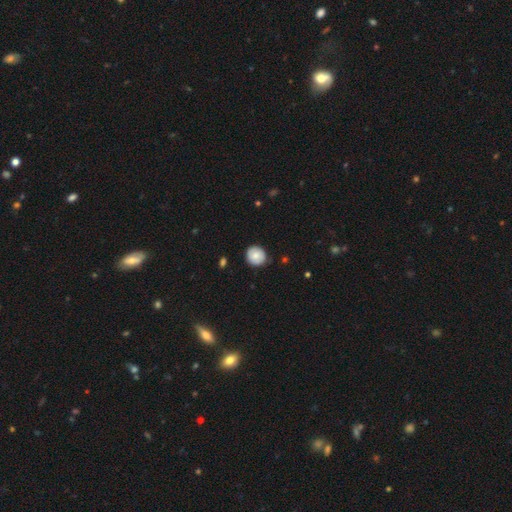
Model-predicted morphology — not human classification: This appears to be a smooth galaxy with no disk features (78%) that is round (86%). Merging: none (82%).